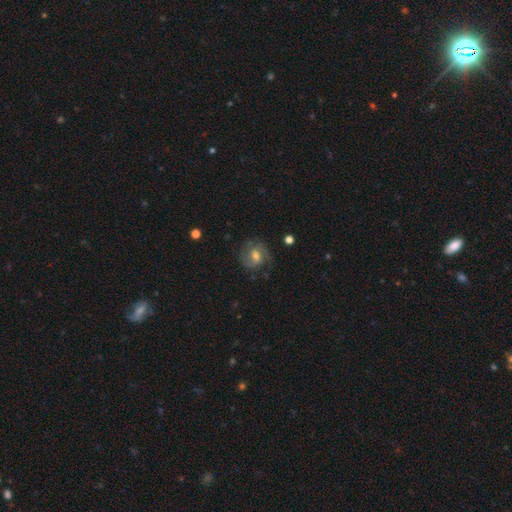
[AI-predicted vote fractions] The model was most divided on "bar": weak: 48%, no: 40%, strong: 12%. Remaining: edge-on disk — no (97%); spiral arms — yes (91%); spiral arm count — 2 (76%); merging — none (74%); smooth or featured — featured or disk (71%); bulge size — moderate (64%); spiral winding — medium (47%).